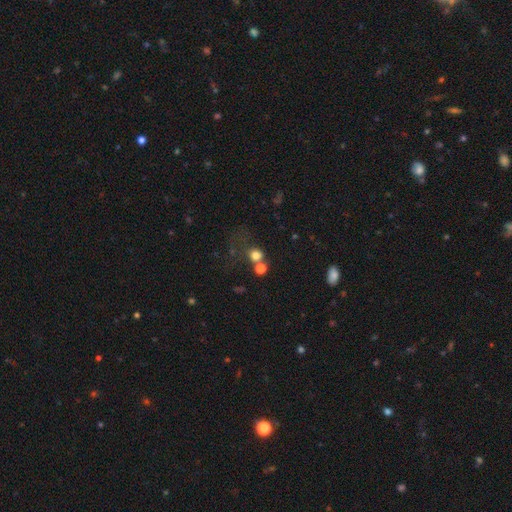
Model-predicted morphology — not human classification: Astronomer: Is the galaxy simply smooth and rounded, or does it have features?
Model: smooth — 74%.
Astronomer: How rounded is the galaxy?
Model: round — 81%.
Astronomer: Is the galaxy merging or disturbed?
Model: none — 47% (runner-up: merger, 31%).